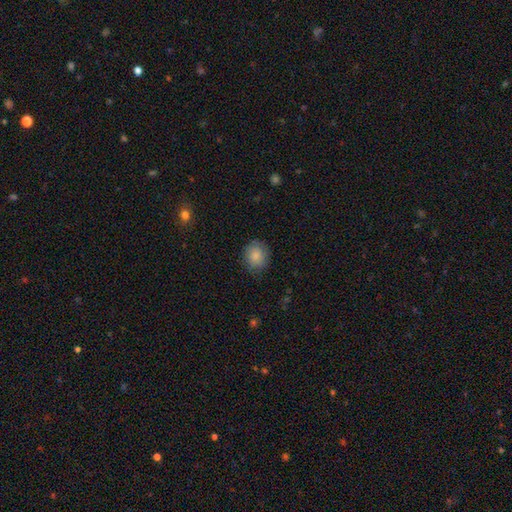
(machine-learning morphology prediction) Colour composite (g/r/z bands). It shows a smooth galaxy with no disk features (85%) that is round (71%). Merging: none (83%).